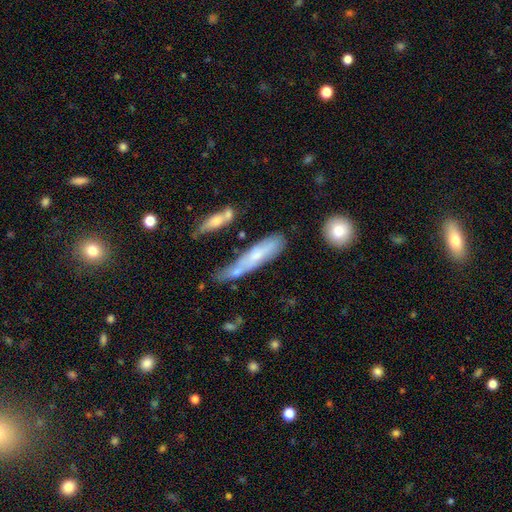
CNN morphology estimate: The model was most divided on "merging": none: 43%, minor disturbance: 27%, merger: 20%, major disturbance: 10%. More confident: how rounded — cigar-shaped (72%); smooth or featured — smooth (56%).